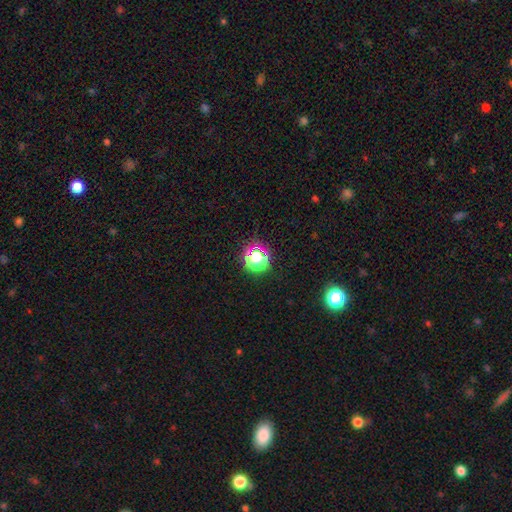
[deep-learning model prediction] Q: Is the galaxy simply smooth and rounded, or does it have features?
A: star or artifact — 46%.